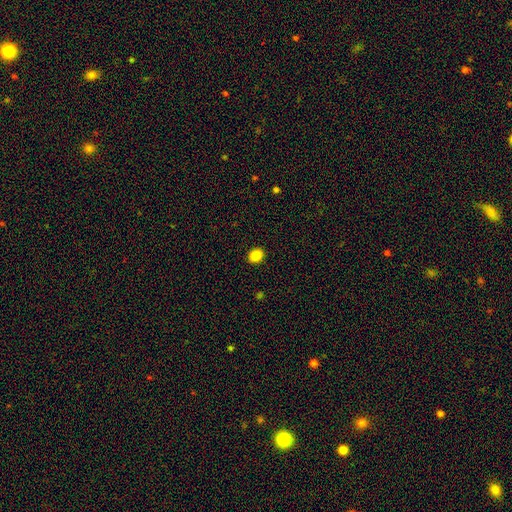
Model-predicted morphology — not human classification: Smooth or featured?
  - smooth: 87% *
  - star or artifact: 10%
  - featured or disk: 3%
How rounded?
  - round: 55% *
  - in between: 44%
  - cigar-shaped: 1%
Merging?
  - none: 91% *
  - minor disturbance: 6%
  - major disturbance: 2%
  - merger: 1%